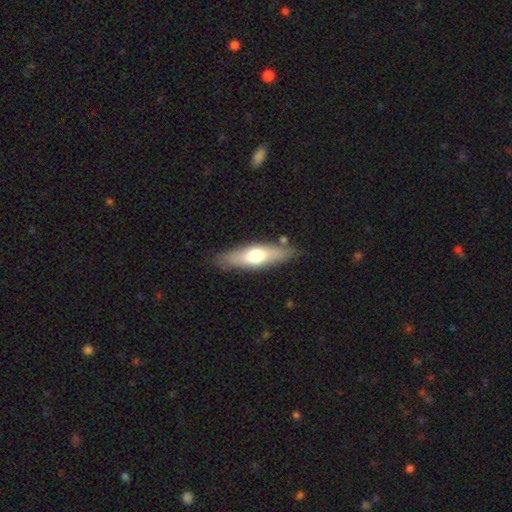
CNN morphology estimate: Overall: smooth (58%; featured or disk 37%). How rounded: cigar-shaped (53%; in between 45%). Merging: none (83%).